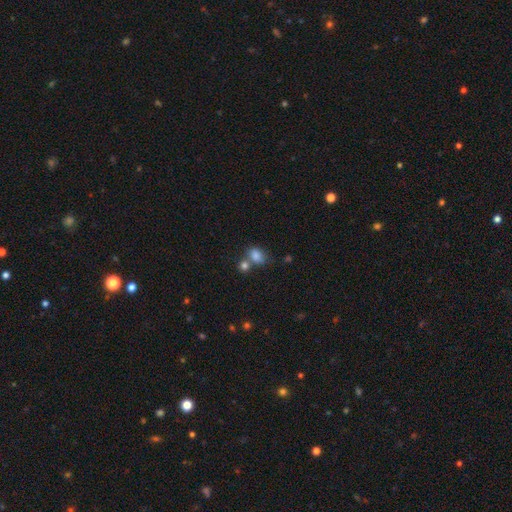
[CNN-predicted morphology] Q: Smooth or featured?
A: smooth (82%); runner-up: star or artifact (11%)
Q: How rounded?
A: in between (68%); runner-up: round (31%)
Q: Merging?
A: none (43%); runner-up: merger (36%)